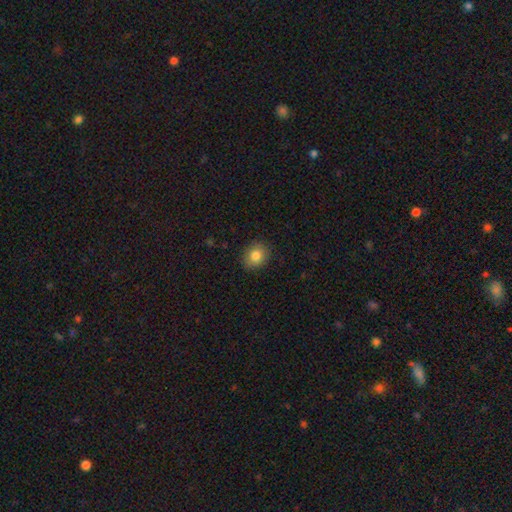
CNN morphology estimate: A smooth galaxy with no disk features (83%) that is round (67%).

Vote fractions:
- Smooth or featured? smooth: 83% / star or artifact: 10% / featured or disk: 7%
- How rounded? round: 67% / in between: 32% / cigar-shaped: 1%
- Merging? none: 89% / minor disturbance: 8% / major disturbance: 2% / merger: 1%